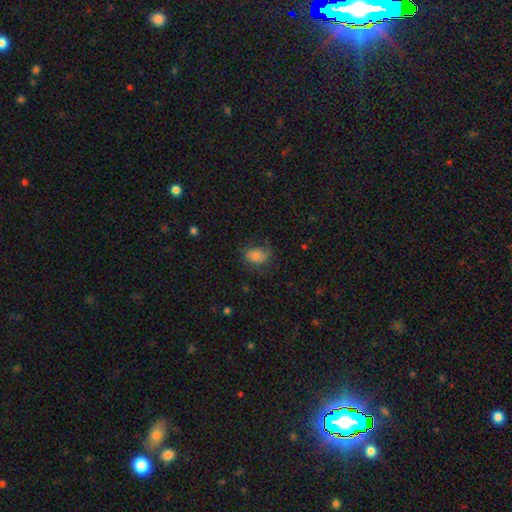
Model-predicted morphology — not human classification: Smooth or featured? smooth (71%)
How rounded? in between (64%)
Merging? none (59%)